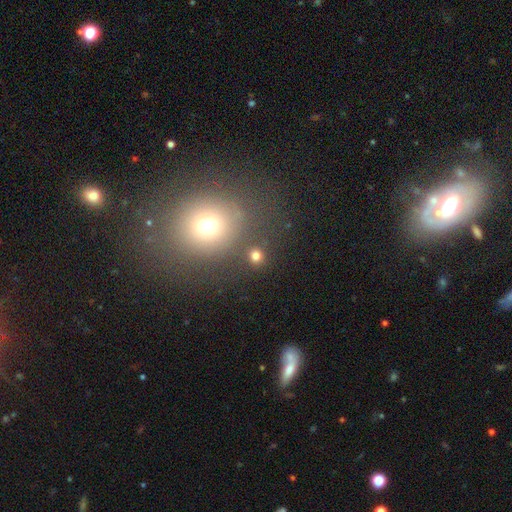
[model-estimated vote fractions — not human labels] Smooth or featured?
  - smooth: 76% *
  - star or artifact: 18%
  - featured or disk: 6%
How rounded?
  - round: 86% *
  - in between: 13%
  - cigar-shaped: 1%
Merging?
  - none: 81% *
  - merger: 9%
  - minor disturbance: 7%
  - major disturbance: 4%